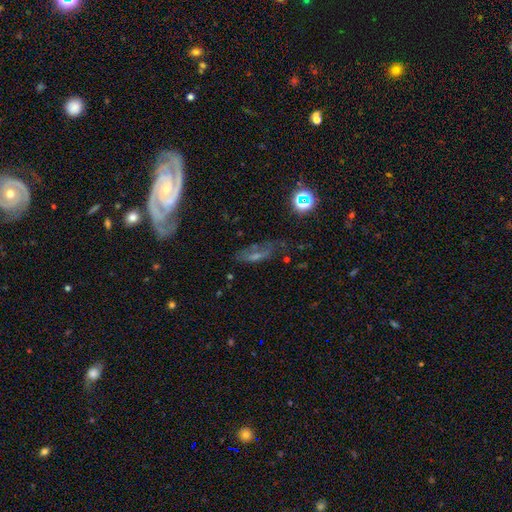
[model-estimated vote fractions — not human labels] featured or disk 57%, smooth 24%, star or artifact 19%. Down the decision tree: edge-on disk — no (78%); merging — none (56%).